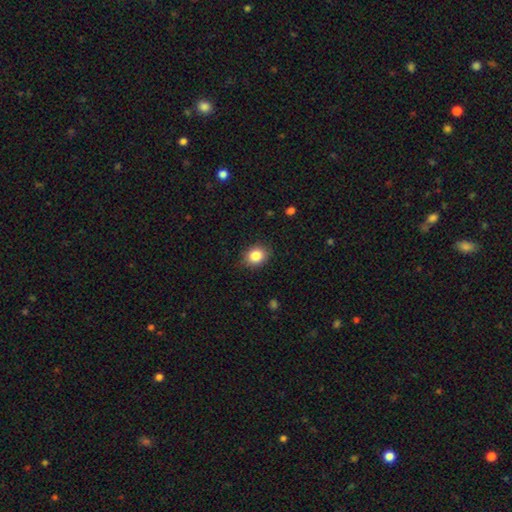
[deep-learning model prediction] Smooth or featured? Predicted: smooth (p=0.85). How rounded? Predicted: round (p=0.56). Merging? Predicted: none (p=0.85).